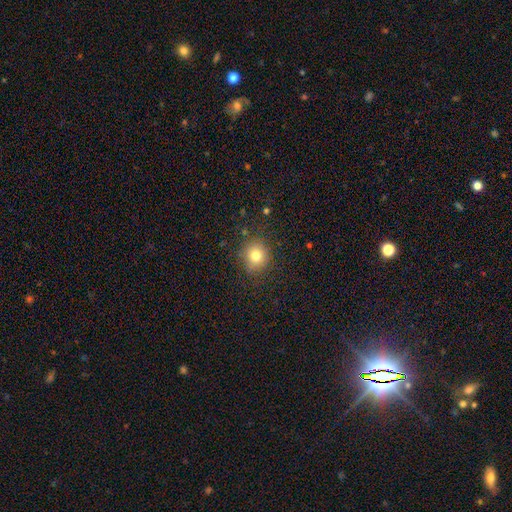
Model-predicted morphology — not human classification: The model was most divided on "smooth or featured": smooth: 78%, star or artifact: 13%, featured or disk: 9%. More confident: merging — none (85%); how rounded — round (82%).